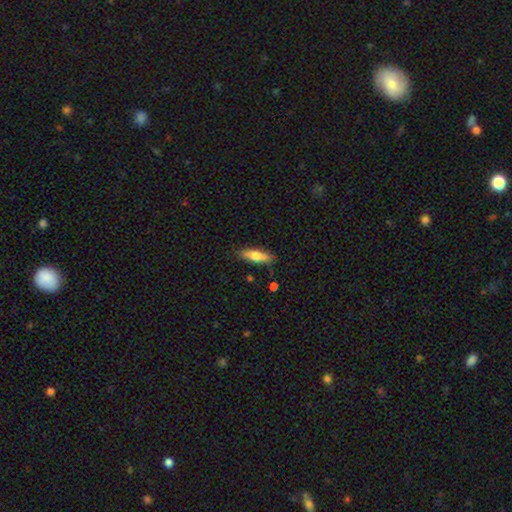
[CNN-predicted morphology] Q: Smooth or featured?
A: smooth (64%); runner-up: featured or disk (30%)
Q: How rounded?
A: cigar-shaped (57%); runner-up: in between (41%)
Q: Merging?
A: none (81%); runner-up: minor disturbance (14%)